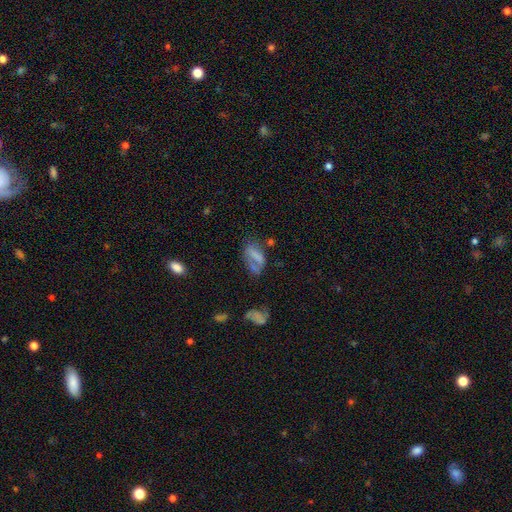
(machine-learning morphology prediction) Q: Smooth or featured?
A: smooth (58%); runner-up: featured or disk (30%)
Q: How rounded?
A: in between (83%); runner-up: cigar-shaped (10%)
Q: Merging?
A: none (37%); runner-up: major disturbance (26%)